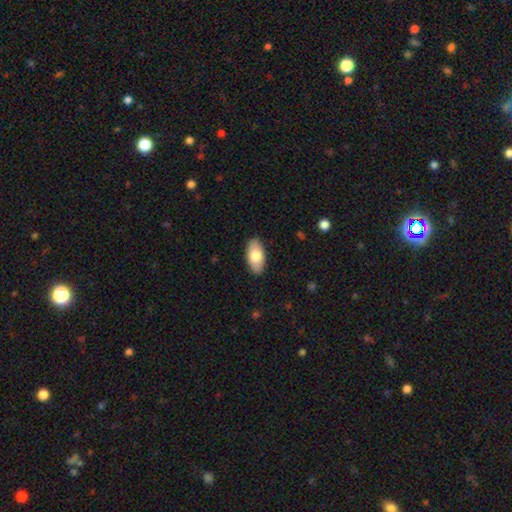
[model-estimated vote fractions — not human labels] Q: Smooth or featured?
A: smooth (77%); runner-up: featured or disk (17%)
Q: How rounded?
A: in between (94%); runner-up: cigar-shaped (3%)
Q: Merging?
A: none (88%); runner-up: minor disturbance (9%)